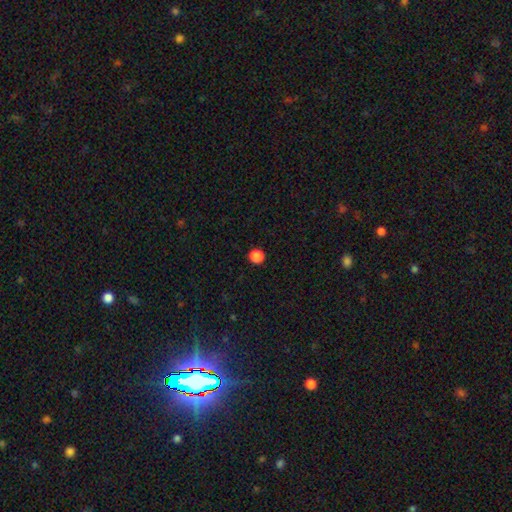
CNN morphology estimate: The model was most divided on "smooth or featured": smooth: 86%, star or artifact: 11%, featured or disk: 2%. More confident: merging — none (94%); how rounded — round (88%).